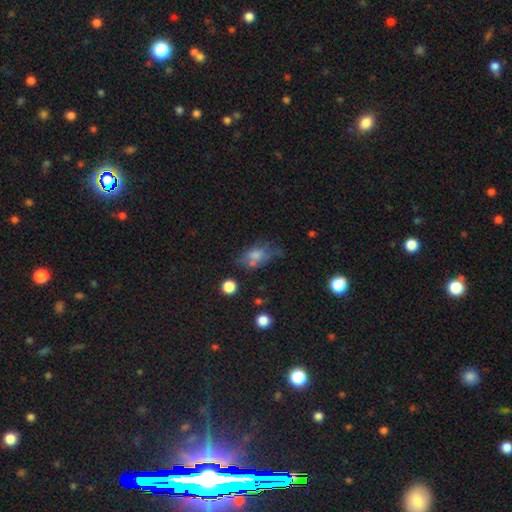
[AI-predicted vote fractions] Morphology: type=smooth (64%); roundness=in between (83%); merging=none (39%).